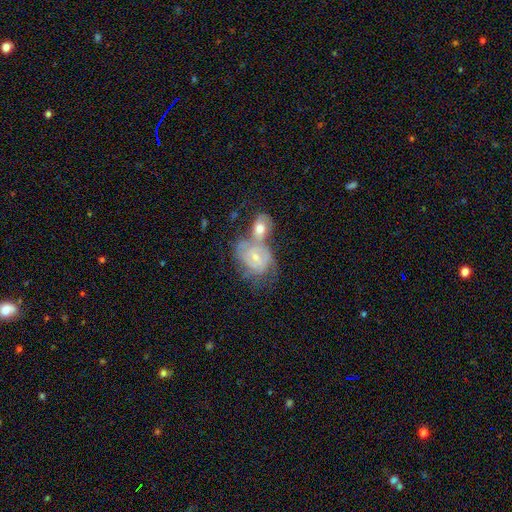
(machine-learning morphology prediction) Smooth or featured? featured or disk (66%)
Edge-on disk? no (96%)
Bar? no (68%)
Spiral arms? yes (79%)
Spiral winding? tight (59%)
Spiral arm count? can't tell (49%)
Bulge size? small (58%)
Merging? merger (50%)